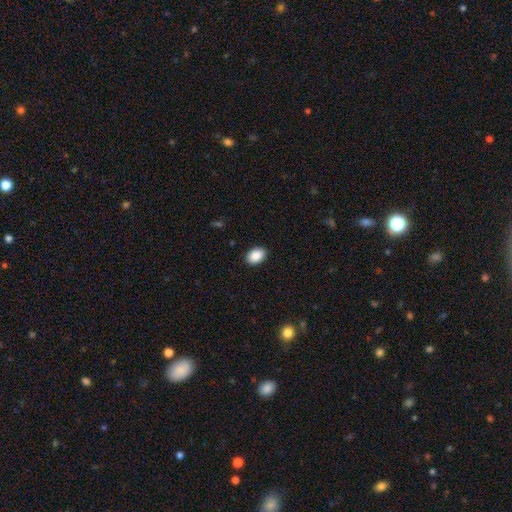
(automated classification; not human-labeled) Smooth or featured: smooth — 90% (star or artifact — 7%)
How rounded: in between — 81% (round — 18%)
Merging: none — 90% (minor disturbance — 7%)